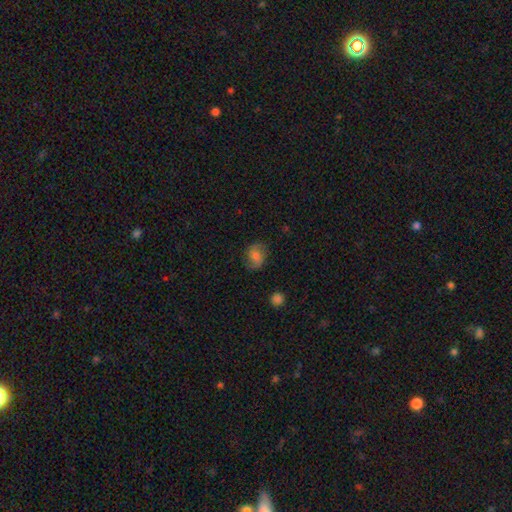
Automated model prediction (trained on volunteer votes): A smooth galaxy with no disk features (57%) that is in between round and cigar-shaped (53%). Merging: none (74%).